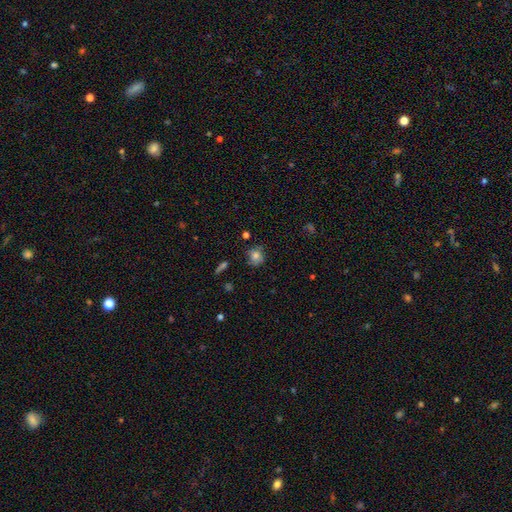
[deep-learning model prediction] A smooth galaxy with no disk features (73%) that is round (80%). Merging: none (72%).